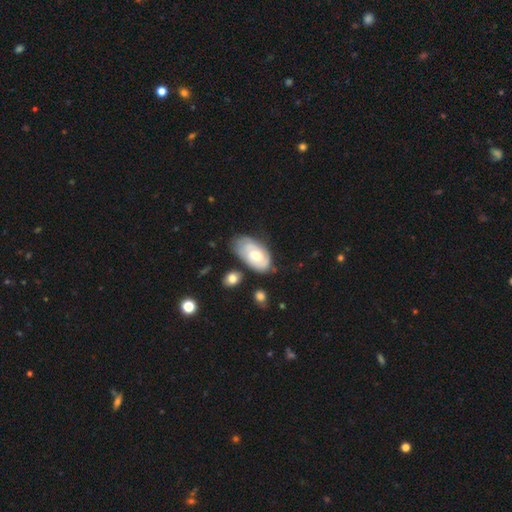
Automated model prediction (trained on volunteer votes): Overall: featured or disk (57%; smooth 37%). Edge-on disk: no (93%). Bar: no (65%; weak 30%). Spiral arms: yes (74%). Bulge size: moderate (65%; small 27%). Merging: none (55%; minor disturbance 28%).